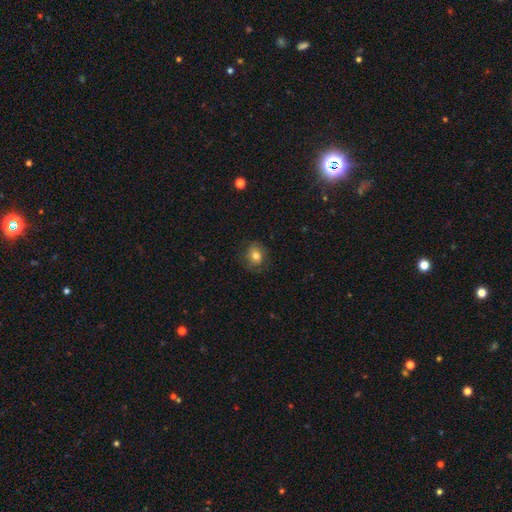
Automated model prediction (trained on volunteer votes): Smooth or featured? smooth (78%)
How rounded? round (66%)
Merging? none (80%)